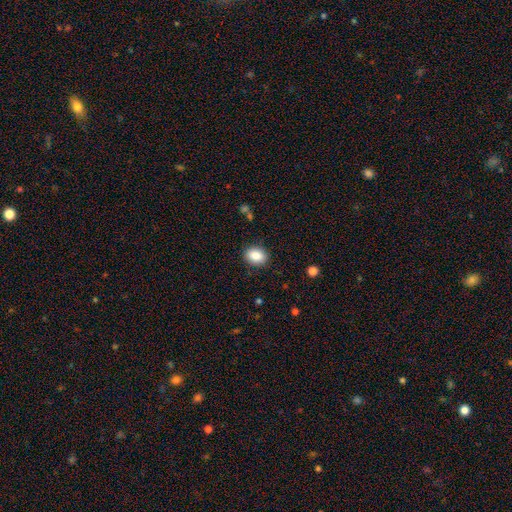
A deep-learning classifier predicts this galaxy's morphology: smooth 87%, star or artifact 8%, featured or disk 5%. Down the decision tree: how rounded — in between (64%); merging — none (88%).